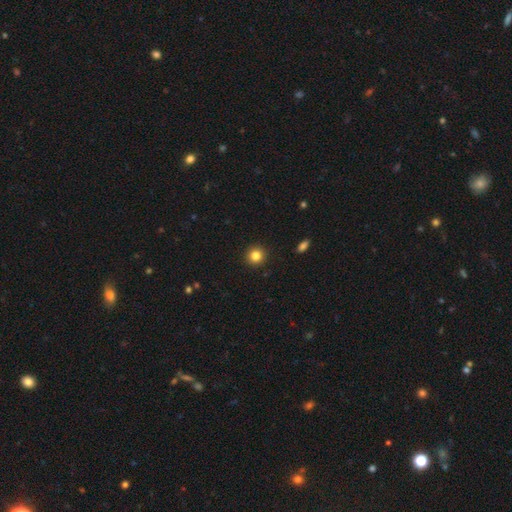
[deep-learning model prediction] smooth_or_featured: smooth (p=0.83) [alt: star or artifact p=0.11]
how_rounded: round (p=0.94) [alt: in between p=0.05]
merging: none (p=0.93) [alt: minor disturbance p=0.05]